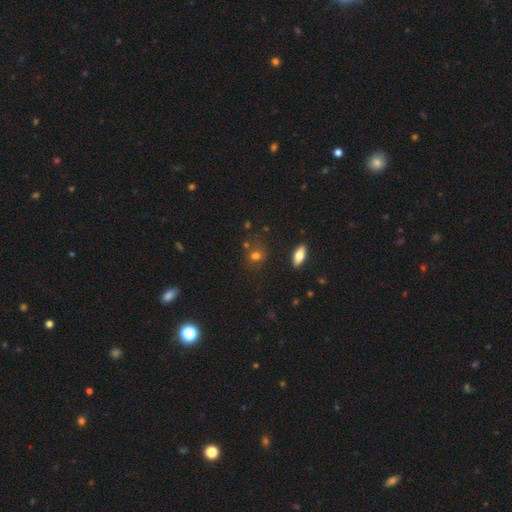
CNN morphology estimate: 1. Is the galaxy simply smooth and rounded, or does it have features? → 74% smooth, 15% star or artifact, 11% featured or disk.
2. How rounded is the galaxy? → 70% round, 27% in between, 2% cigar-shaped.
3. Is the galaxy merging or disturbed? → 70% none, 15% minor disturbance, 10% merger, 5% major disturbance.